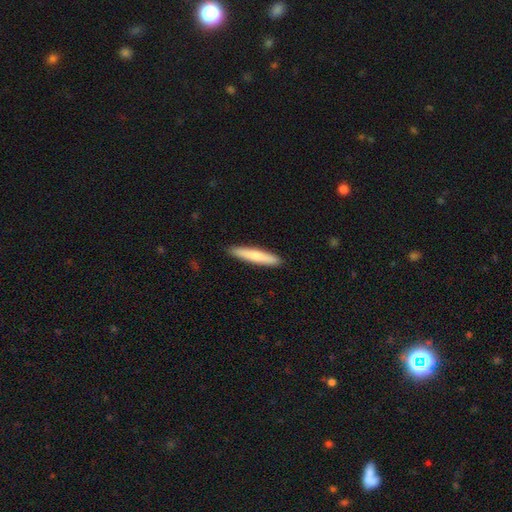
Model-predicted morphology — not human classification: Overall: smooth (76%). How rounded: cigar-shaped (93%). Merging: none (91%).